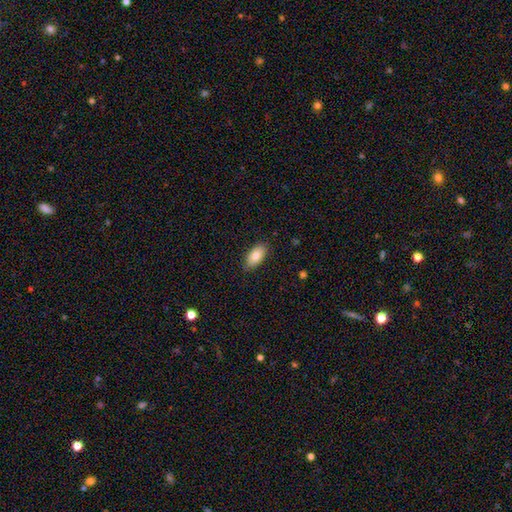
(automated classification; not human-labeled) Morphology: type=smooth (81%); roundness=in between (92%); merging=none (84%).